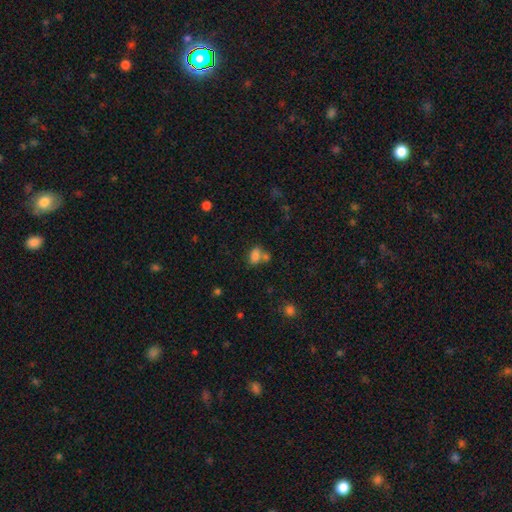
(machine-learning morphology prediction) The model was most divided on "merging" (2-way tie): merger: 41%, none: 41%, minor disturbance: 13%, major disturbance: 5%. More confident: how rounded — in between (81%); smooth or featured — smooth (79%).